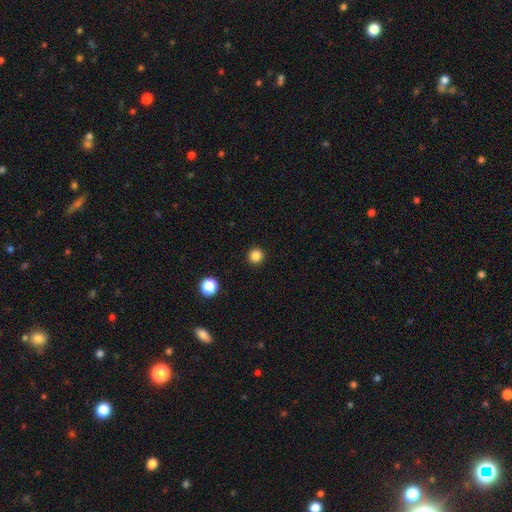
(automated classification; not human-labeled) Smooth or featured: smooth — 85% (star or artifact — 12%)
How rounded: round — 95% (in between — 4%)
Merging: none — 93% (minor disturbance — 4%)